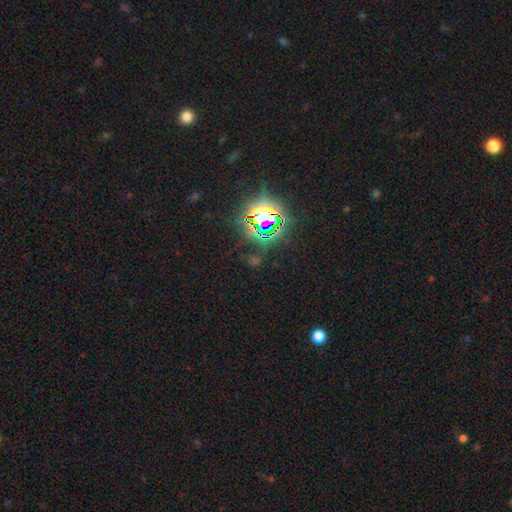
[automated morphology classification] Q: Smooth or featured?
A: star or artifact (82%); runner-up: smooth (10%)